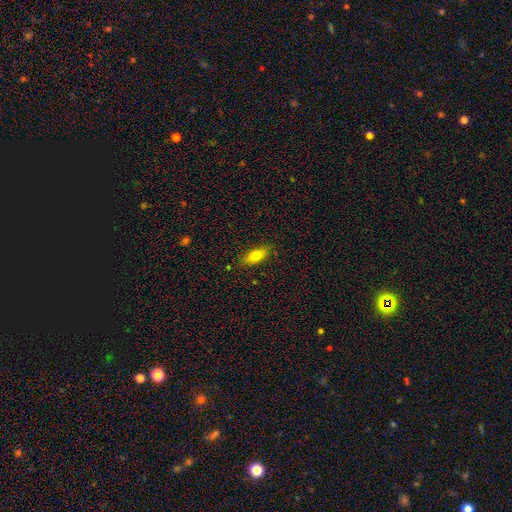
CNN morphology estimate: Smooth or featured? smooth (74%)
How rounded? in between (74%)
Merging? none (84%)